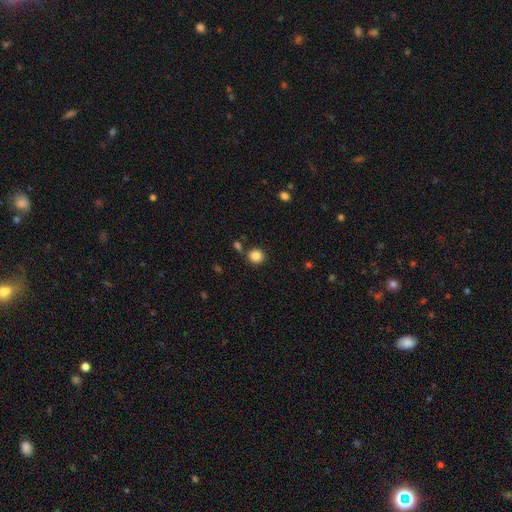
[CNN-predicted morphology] smooth-or-featured: smooth: 85% | star or artifact: 10% | featured or disk: 4%
  how-rounded: round: 89% | in between: 10% | cigar-shaped: 1%
  merging: none: 80% | minor disturbance: 8% | merger: 8% | major disturbance: 3%